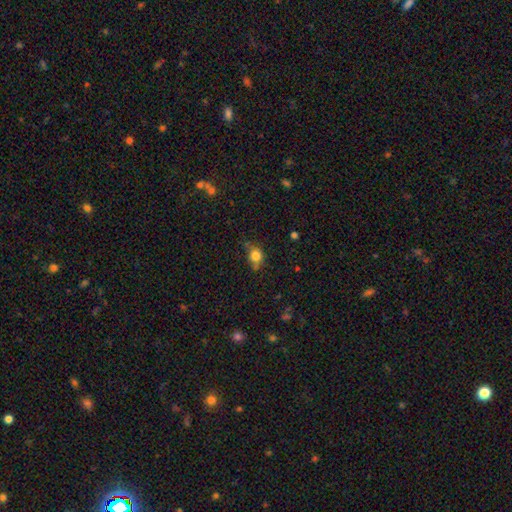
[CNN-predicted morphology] The model was most divided on "merging": none: 60%, minor disturbance: 26%, merger: 7%, major disturbance: 7%. More confident: smooth or featured — smooth (80%); how rounded — round (73%).